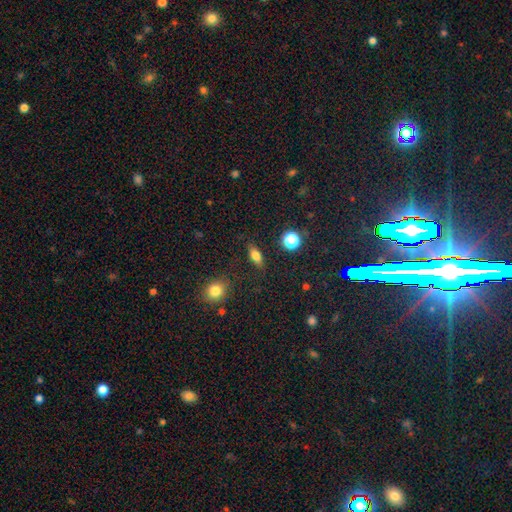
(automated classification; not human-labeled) Overall: smooth (76%). How rounded: in between (71%). Merging: none (84%).